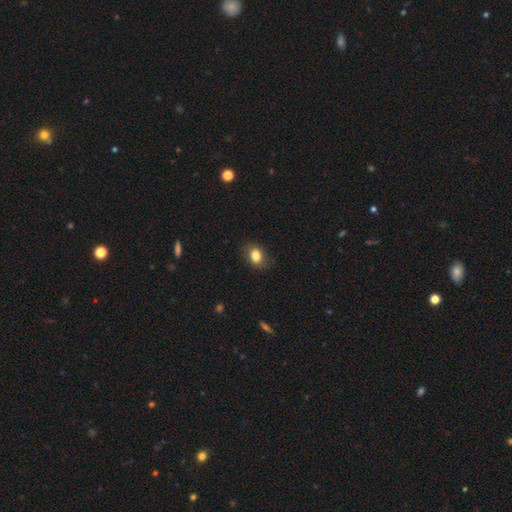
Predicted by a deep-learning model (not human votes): Smooth or featured? smooth (83%)
How rounded? in between (68%)
Merging? none (82%)